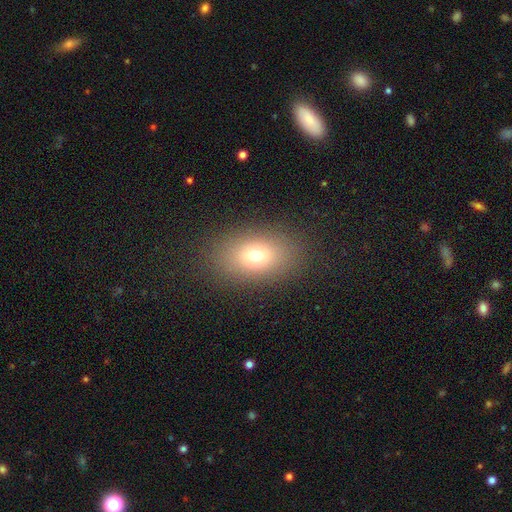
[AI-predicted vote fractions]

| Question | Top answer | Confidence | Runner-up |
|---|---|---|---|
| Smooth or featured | smooth | 72% | star or artifact (15%) |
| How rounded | in between | 77% | round (22%) |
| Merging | none | 85% | minor disturbance (9%) |